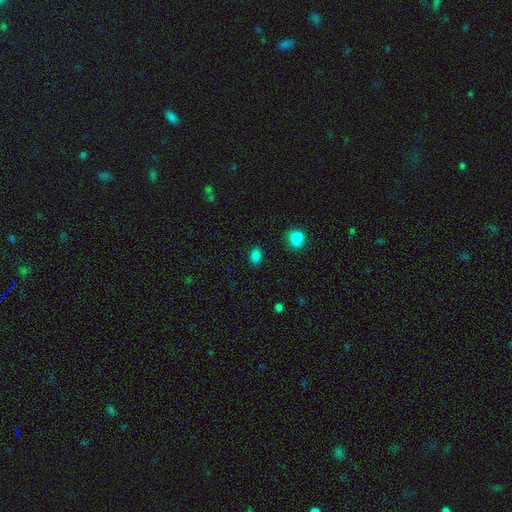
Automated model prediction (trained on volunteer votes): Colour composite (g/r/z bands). It shows a smooth galaxy with no disk features (83%) that is in between round and cigar-shaped (74%). Merging: none (84%).